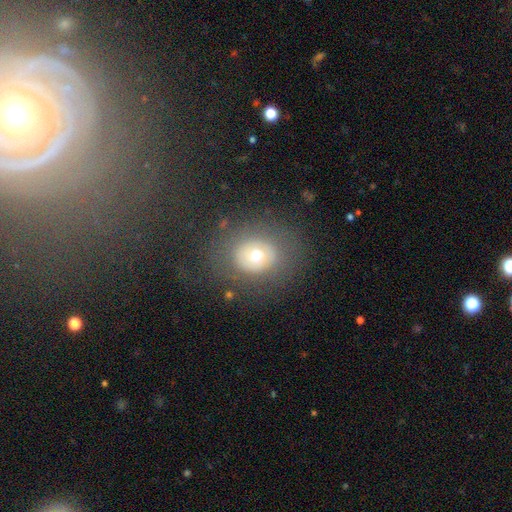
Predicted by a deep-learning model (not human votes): Smooth or featured? Predicted: smooth (p=0.57). How rounded? Predicted: round (p=0.63). Merging? Predicted: none (p=0.72).